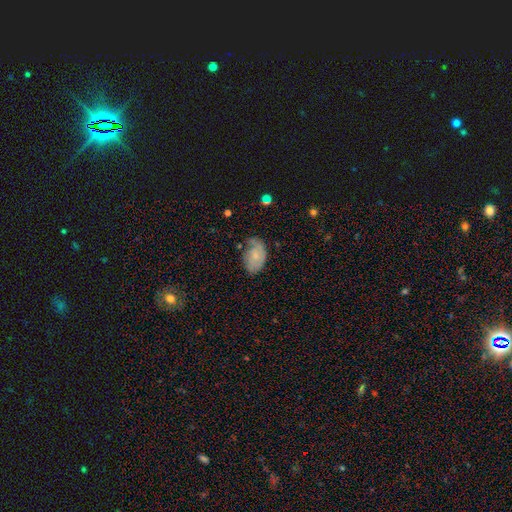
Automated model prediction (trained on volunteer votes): This is possibly a smooth galaxy (52%). How rounded: clearly in between (87%). Merging: possibly none (51%).